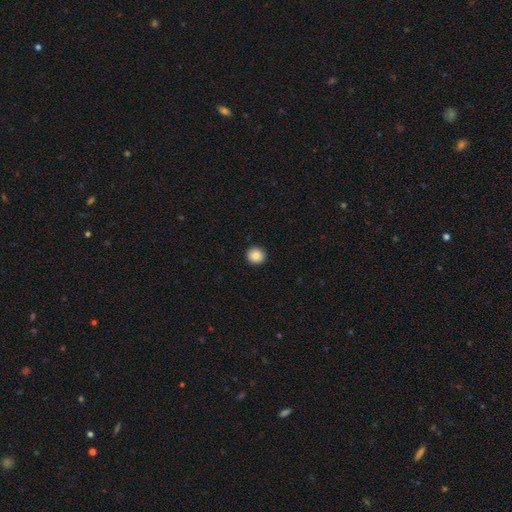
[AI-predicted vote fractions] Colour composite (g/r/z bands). It shows a smooth galaxy with no disk features (85%) that is round (91%). Merging: none (93%).